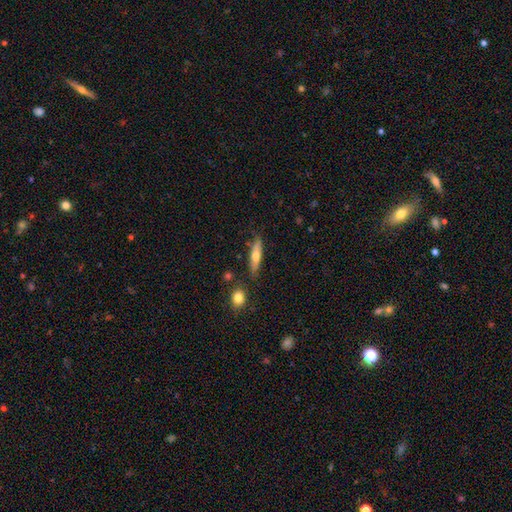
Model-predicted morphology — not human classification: smooth-or-featured: smooth: 56% | featured or disk: 38% | star or artifact: 6%
  how-rounded: cigar-shaped: 76% | in between: 22% | round: 2%
  merging: none: 80% | minor disturbance: 13% | merger: 4% | major disturbance: 3%